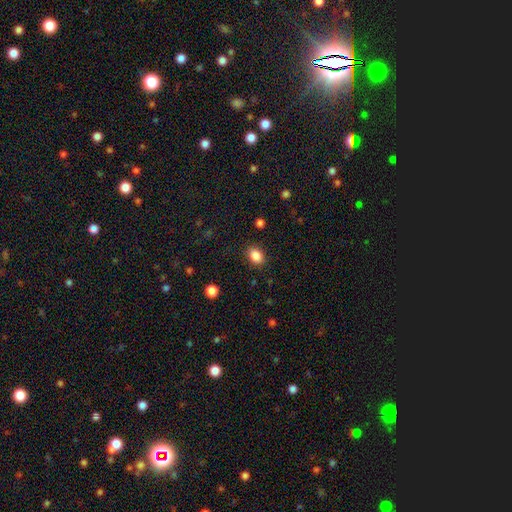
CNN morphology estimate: The model was most divided on "how rounded": in between: 69%, round: 30%, cigar-shaped: 1%. More confident: smooth or featured — smooth (87%); merging — none (86%).